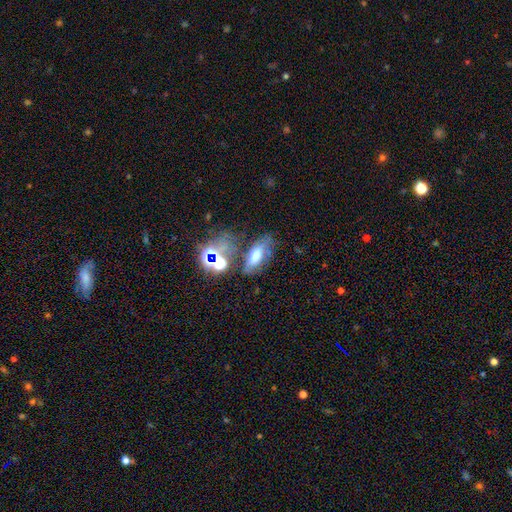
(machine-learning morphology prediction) type=smooth (50%); roundness=in between (75%); merging=none (56%).